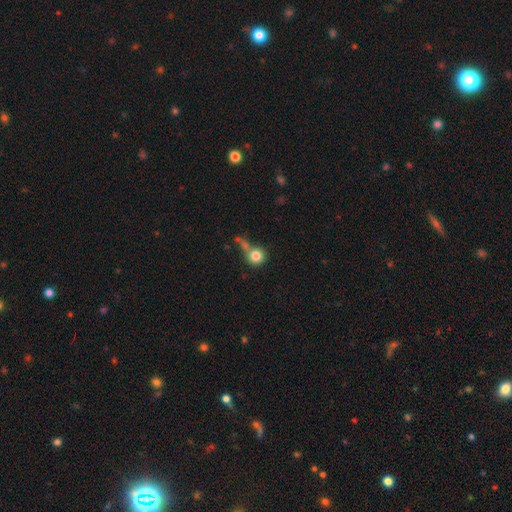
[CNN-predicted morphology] A smooth galaxy with no disk features (82%) that is round (92%).

Vote fractions:
- Smooth or featured? smooth: 82% / star or artifact: 9% / featured or disk: 9%
- How rounded? round: 92% / in between: 7% / cigar-shaped: 1%
- Merging? none: 51% / merger: 24% / minor disturbance: 14% / major disturbance: 11%